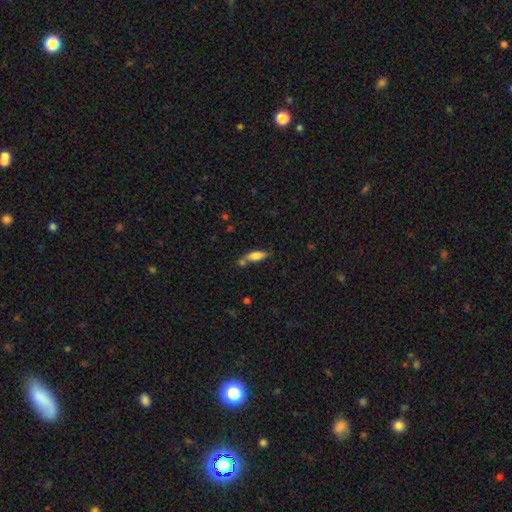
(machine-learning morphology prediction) Q: Smooth or featured?
A: smooth (65%); runner-up: featured or disk (26%)
Q: How rounded?
A: in between (53%); runner-up: cigar-shaped (44%)
Q: Merging?
A: none (53%); runner-up: merger (22%)